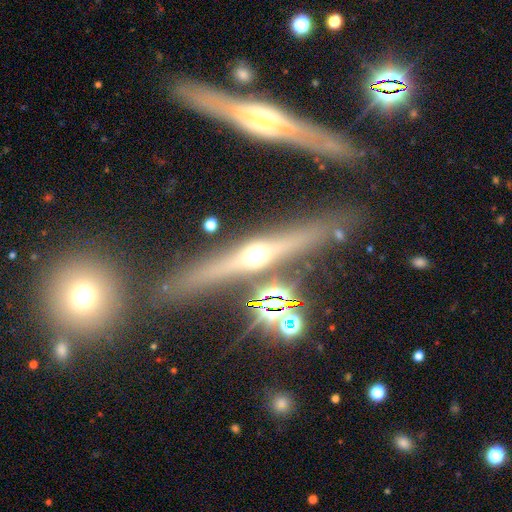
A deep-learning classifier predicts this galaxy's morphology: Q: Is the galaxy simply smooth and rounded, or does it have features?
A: featured or disk — 74%.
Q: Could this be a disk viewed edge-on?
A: yes — 96%.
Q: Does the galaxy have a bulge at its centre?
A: rounded — 93%.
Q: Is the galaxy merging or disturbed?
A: none — 82%.